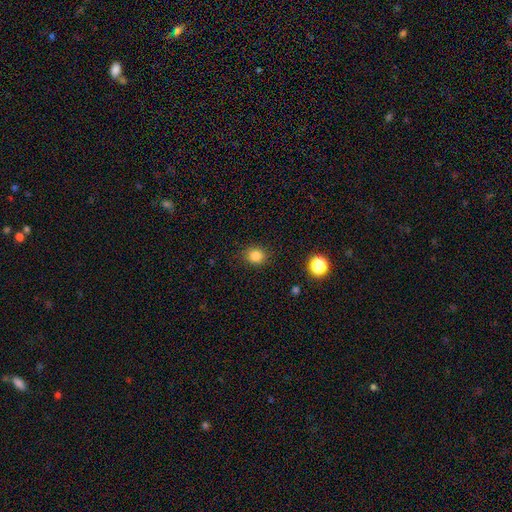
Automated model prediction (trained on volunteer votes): smooth-or-featured: smooth: 83% | star or artifact: 12% | featured or disk: 5%
  how-rounded: round: 75% | in between: 24% | cigar-shaped: 1%
  merging: none: 88% | minor disturbance: 9% | major disturbance: 3% | merger: 1%